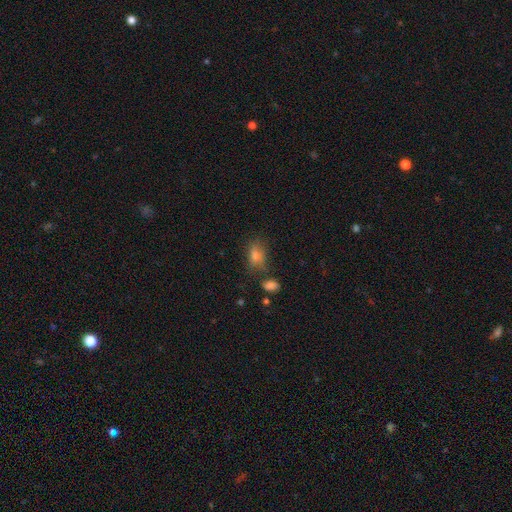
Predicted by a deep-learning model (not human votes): Smooth or featured? Predicted: smooth (p=0.71). How rounded? Predicted: in between (p=0.77). Merging? Predicted: none (p=0.64).